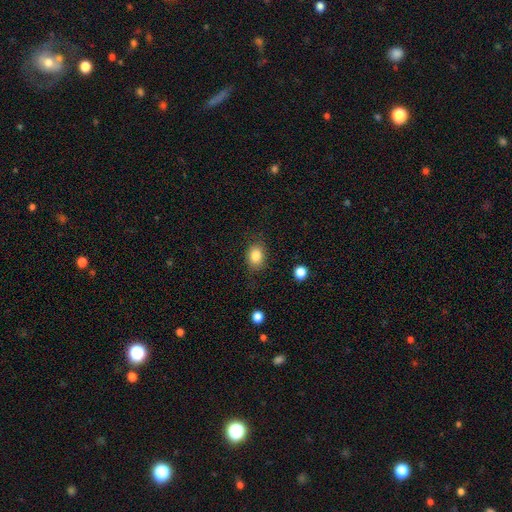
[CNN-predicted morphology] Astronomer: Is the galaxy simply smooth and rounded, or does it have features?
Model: smooth — 83%.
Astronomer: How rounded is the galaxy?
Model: in between — 61% (runner-up: round, 38%).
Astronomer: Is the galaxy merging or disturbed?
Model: none — 79%.